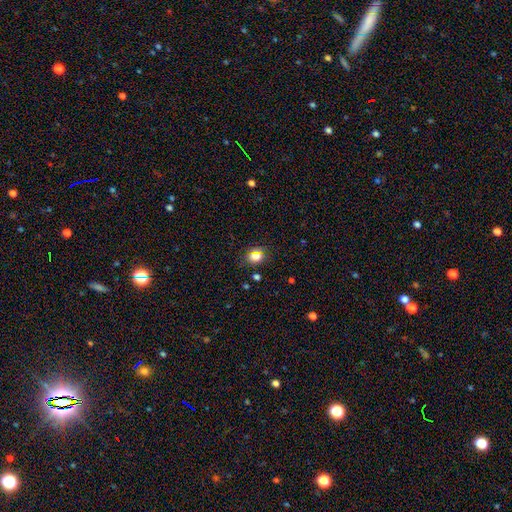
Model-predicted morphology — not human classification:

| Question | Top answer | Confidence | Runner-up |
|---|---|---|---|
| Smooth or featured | smooth | 67% | star or artifact (24%) |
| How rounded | round | 60% | in between (38%) |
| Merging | none | 84% | minor disturbance (10%) |